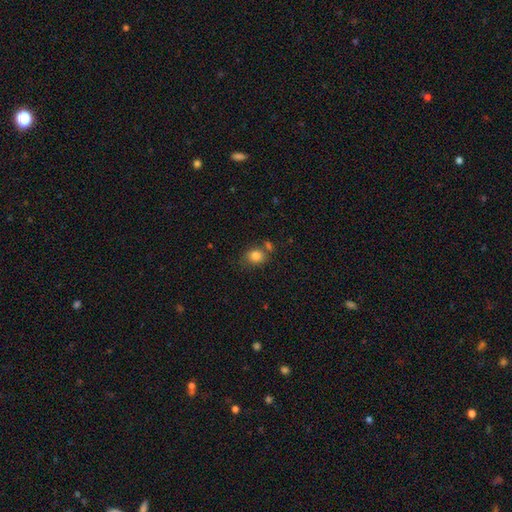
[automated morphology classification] The model was most divided on "how rounded": round: 58%, in between: 41%, cigar-shaped: 1%. More confident: smooth or featured — smooth (82%); merging — none (59%).